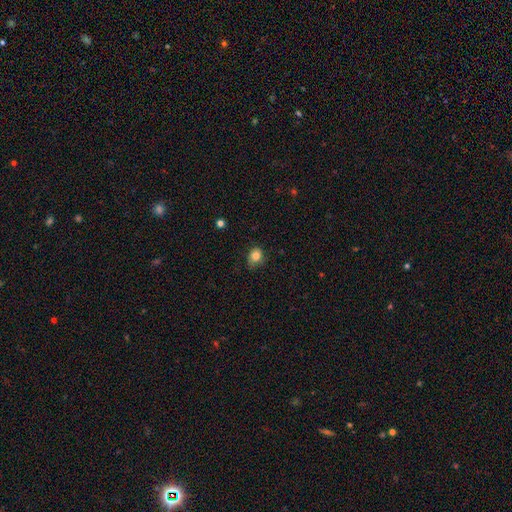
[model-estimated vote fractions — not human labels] A smooth galaxy with no disk features (83%) that is round (55%). Merging: none (69%).